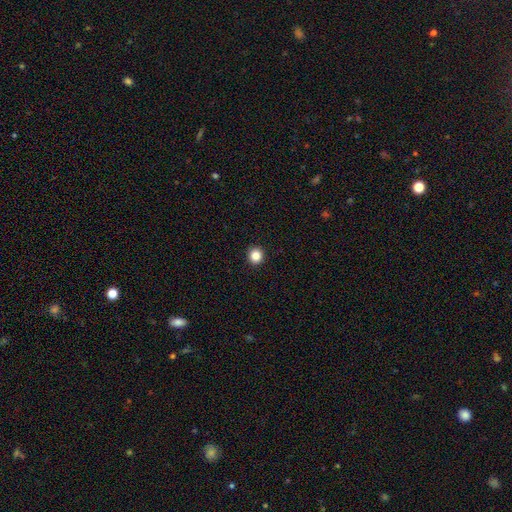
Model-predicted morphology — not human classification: smooth_or_featured: smooth (p=0.86) [alt: star or artifact p=0.11]
how_rounded: round (p=0.91) [alt: in between p=0.08]
merging: none (p=0.93) [alt: minor disturbance p=0.04]